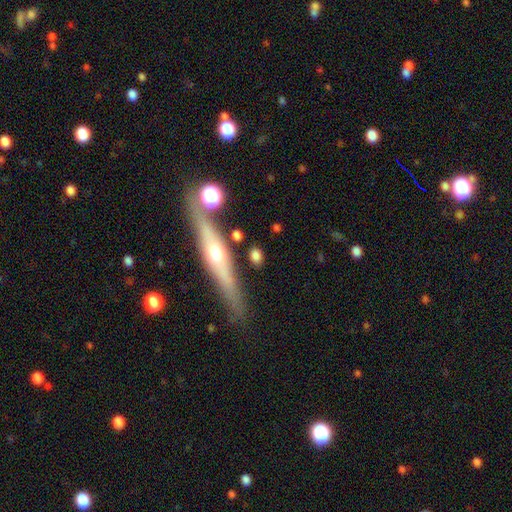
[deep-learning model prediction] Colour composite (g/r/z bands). It shows a smooth galaxy with no disk features (67%) that is in between round and cigar-shaped (41%). Merging: none (77%).